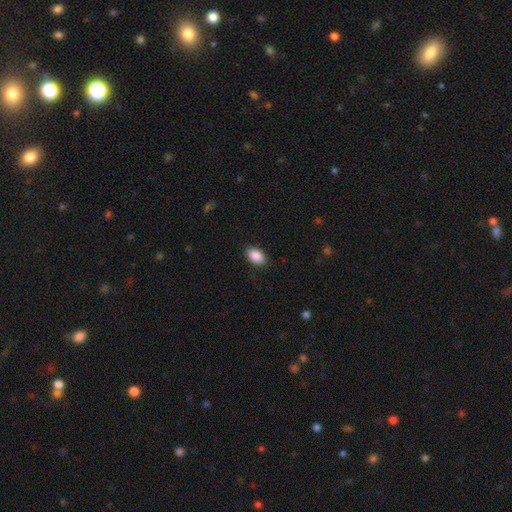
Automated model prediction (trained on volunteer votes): smooth_or_featured: smooth (p=0.90) [alt: star or artifact p=0.07]
how_rounded: in between (p=0.91) [alt: round p=0.07]
merging: none (p=0.88) [alt: minor disturbance p=0.09]